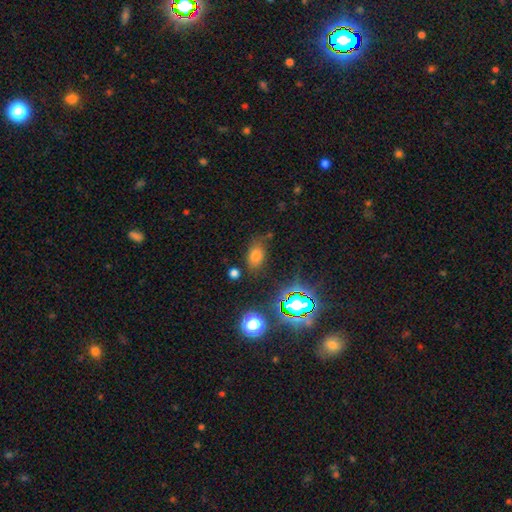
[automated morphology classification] A smooth galaxy with no disk features (67%) that is in between round and cigar-shaped (79%). Merging: none (71%).